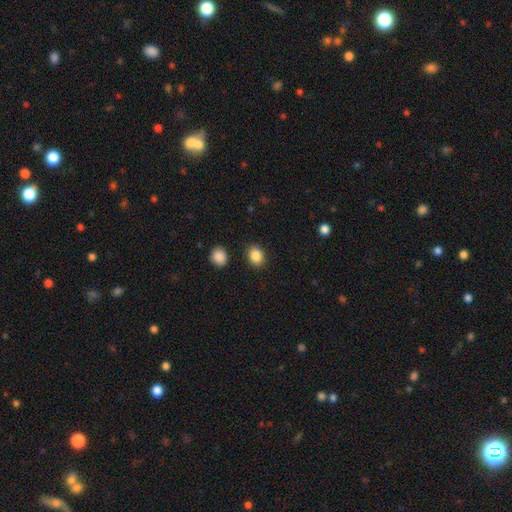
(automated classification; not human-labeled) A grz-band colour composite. It shows a smooth galaxy with no disk features (87%) that is round (52%). Merging: none (87%).